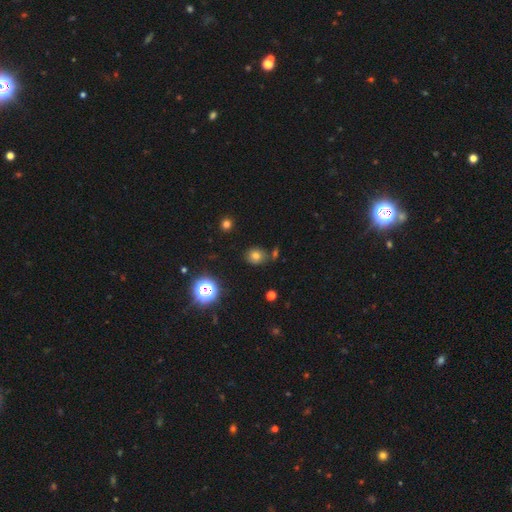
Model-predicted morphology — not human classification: Smooth or featured? smooth (71%)
How rounded? round (75%)
Merging? none (76%)